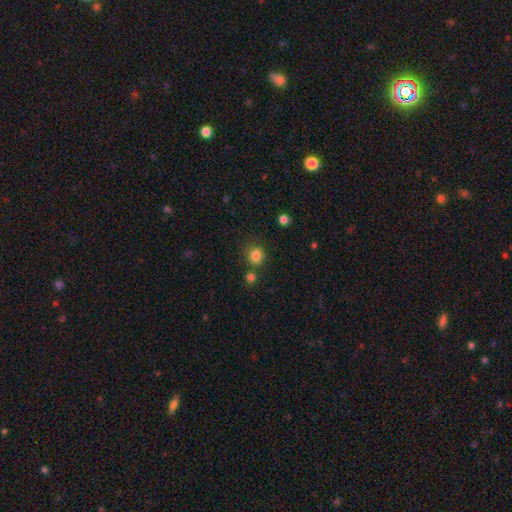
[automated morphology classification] Smooth or featured? smooth (82%)
How rounded? round (78%)
Merging? none (71%)